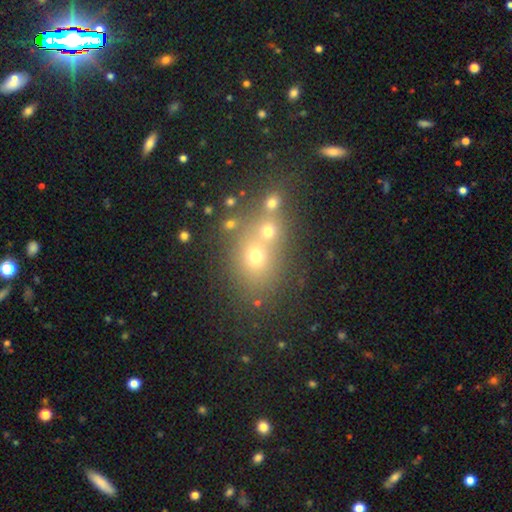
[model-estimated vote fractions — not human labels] A smooth galaxy with no disk features (60%) that is round (58%).

Vote fractions:
- Smooth or featured? smooth: 60% / star or artifact: 22% / featured or disk: 18%
- How rounded? round: 58% / in between: 40% / cigar-shaped: 2%
- Merging? none: 45% / merger: 42% / minor disturbance: 9% / major disturbance: 5%